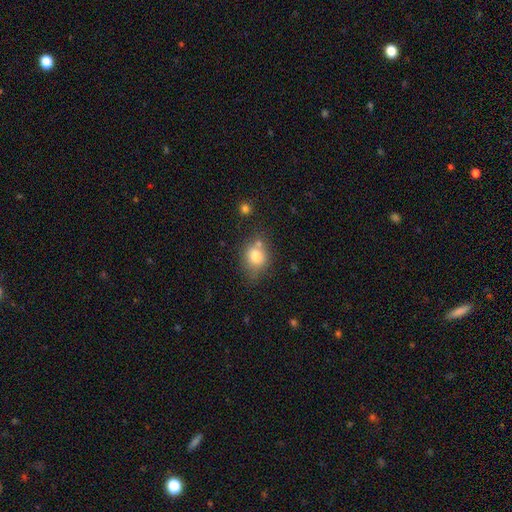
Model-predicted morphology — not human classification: A smooth galaxy with no disk features (78%) that is round (60%). Merging: none (56%).